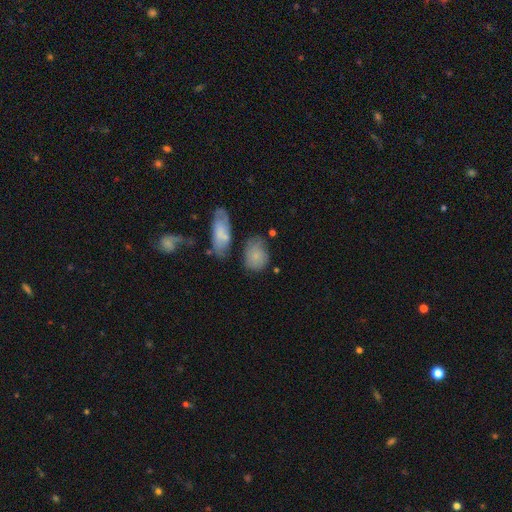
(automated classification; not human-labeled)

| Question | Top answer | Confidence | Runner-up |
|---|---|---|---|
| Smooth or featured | smooth | 75% | featured or disk (17%) |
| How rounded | in between | 67% | round (31%) |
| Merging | none | 56% | minor disturbance (25%) |